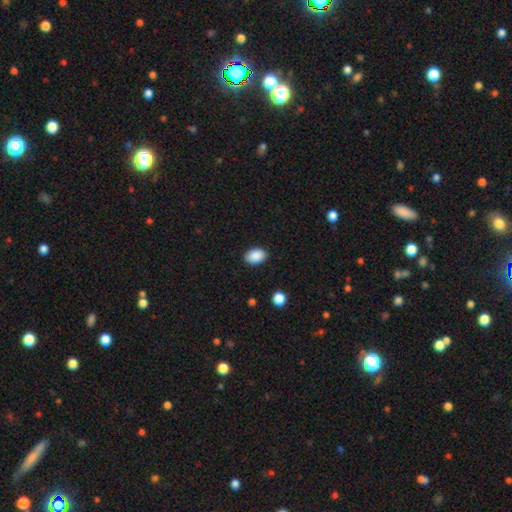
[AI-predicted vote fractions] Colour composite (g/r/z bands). It shows a smooth galaxy with no disk features (90%) that is in between round and cigar-shaped (86%). Merging: none (89%).